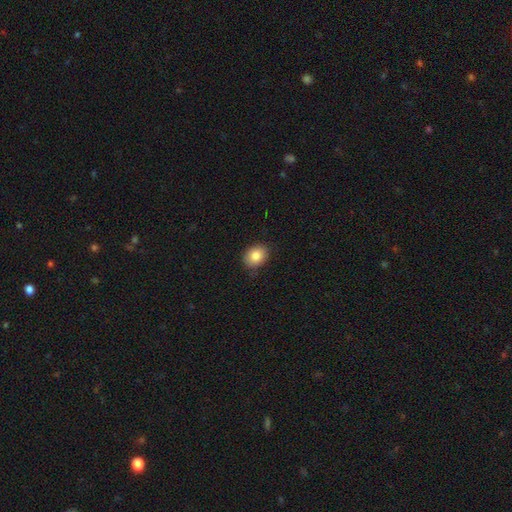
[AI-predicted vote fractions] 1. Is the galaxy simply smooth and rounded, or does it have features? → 85% smooth, 8% star or artifact, 6% featured or disk.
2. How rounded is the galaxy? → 54% in between, 45% round, 1% cigar-shaped.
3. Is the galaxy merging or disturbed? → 85% none, 12% minor disturbance, 2% major disturbance, 1% merger.